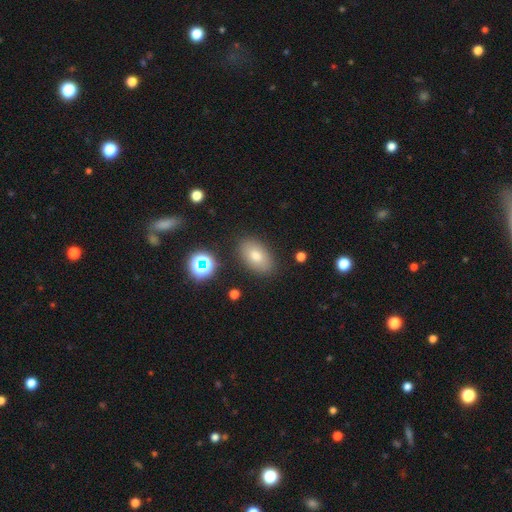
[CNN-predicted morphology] smooth-or-featured: smooth: 75% | featured or disk: 13% | star or artifact: 12%
  how-rounded: in between: 89% | round: 9% | cigar-shaped: 2%
  merging: none: 86% | minor disturbance: 9% | major disturbance: 3% | merger: 2%